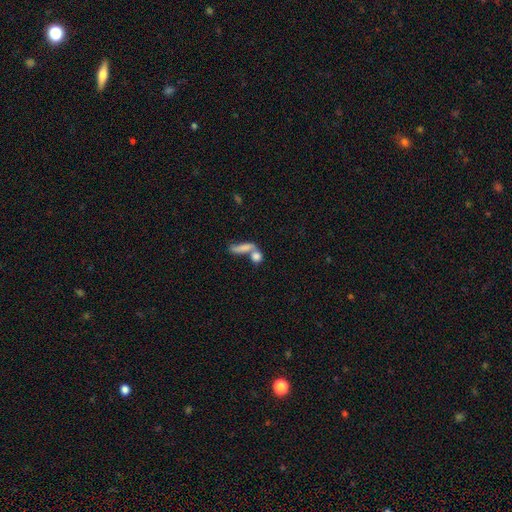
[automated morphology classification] Smooth or featured: smooth — 75% (featured or disk — 15%)
How rounded: in between — 42% (round — 35%)
Merging: merger — 52% (none — 32%)